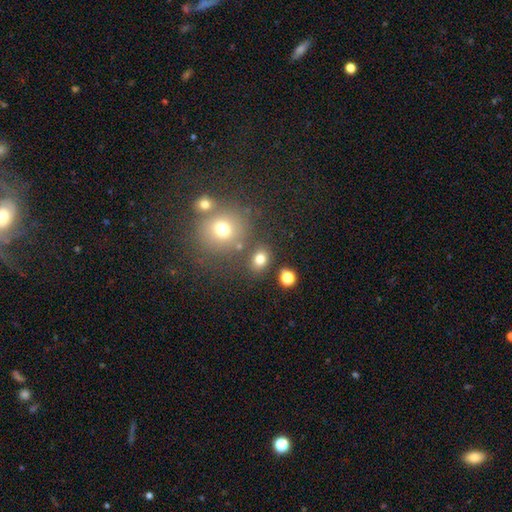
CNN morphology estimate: smooth-or-featured: star or artifact: 49% | smooth: 37% | featured or disk: 14%